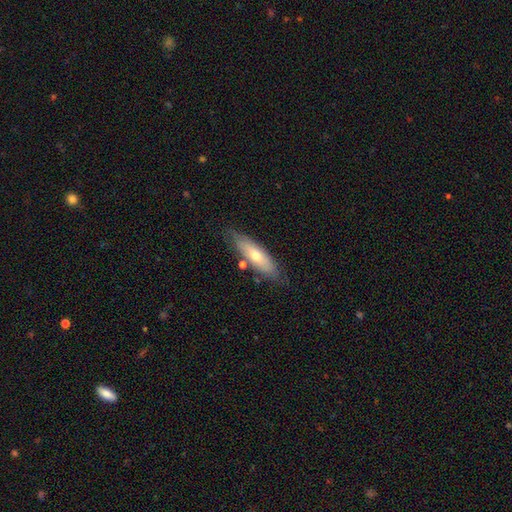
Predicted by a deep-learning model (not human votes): smooth-or-featured: smooth: 56% | featured or disk: 37% | star or artifact: 6%
  how-rounded: cigar-shaped: 54% | in between: 44% | round: 2%
  merging: none: 77% | minor disturbance: 15% | merger: 5% | major disturbance: 3%